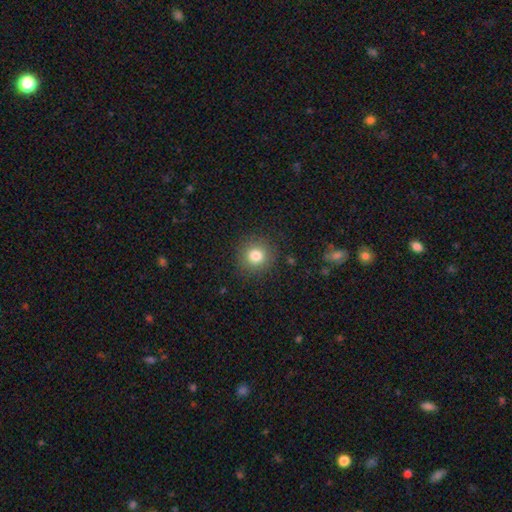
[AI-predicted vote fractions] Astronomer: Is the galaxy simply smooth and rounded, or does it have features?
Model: smooth — 81%.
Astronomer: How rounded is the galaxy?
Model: round — 92%.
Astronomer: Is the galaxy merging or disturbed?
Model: none — 88%.